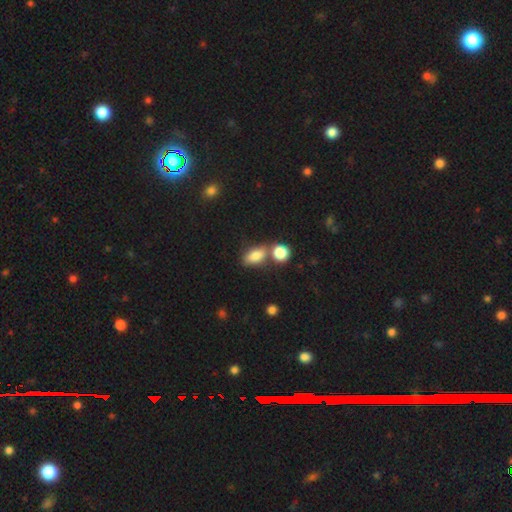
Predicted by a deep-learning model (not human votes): smooth-or-featured: smooth: 81% | star or artifact: 10% | featured or disk: 9%
  how-rounded: in between: 83% | round: 11% | cigar-shaped: 6%
  merging: none: 54% | merger: 29% | minor disturbance: 13% | major disturbance: 4%